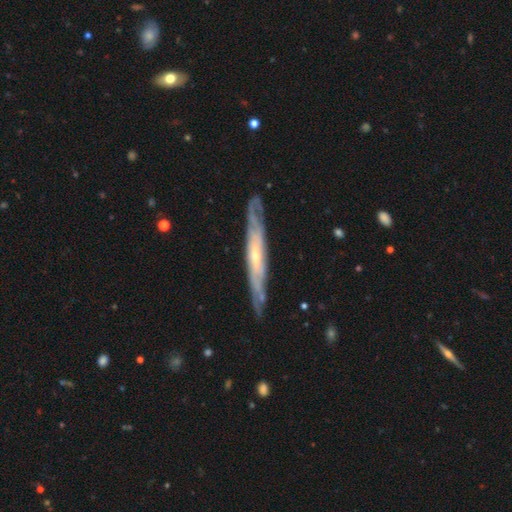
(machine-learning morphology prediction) smooth_or_featured: featured or disk (p=0.76) [alt: smooth p=0.18]
disk_edge_on: yes (p=0.70) [alt: no p=0.30]
edge_on_bulge: none (p=0.49) [alt: rounded p=0.47]
merging: none (p=0.80) [alt: minor disturbance p=0.15]